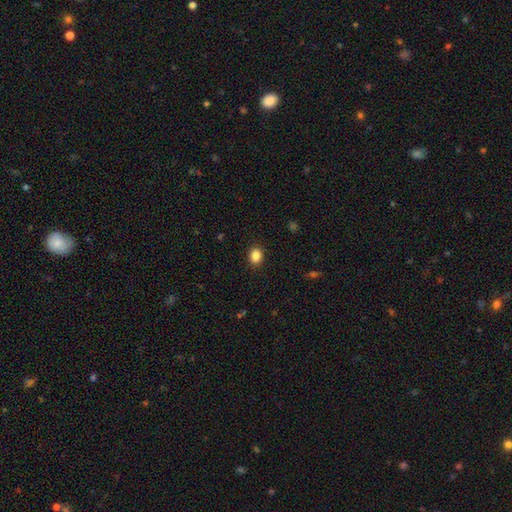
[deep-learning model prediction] This appears to be a smooth galaxy with no disk features (86%) that is in between round and cigar-shaped (51%). Merging: none (89%).